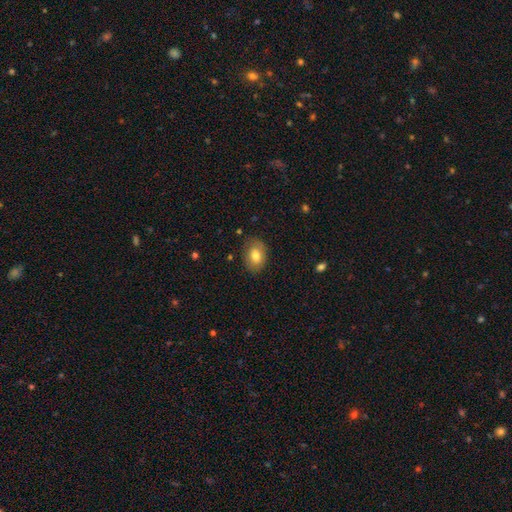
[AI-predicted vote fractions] Smooth or featured: smooth — 77% (featured or disk — 15%)
How rounded: in between — 73% (round — 26%)
Merging: none — 80% (minor disturbance — 15%)